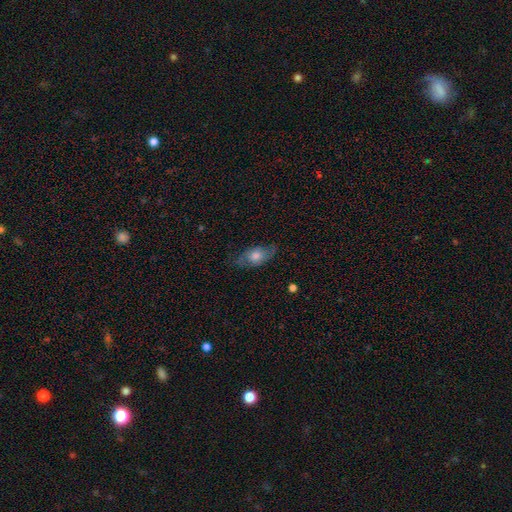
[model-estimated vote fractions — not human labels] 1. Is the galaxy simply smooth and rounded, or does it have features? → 47% featured or disk, 44% smooth, 8% star or artifact.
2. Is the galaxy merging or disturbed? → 71% none, 20% minor disturbance, 8% major disturbance, 1% merger.